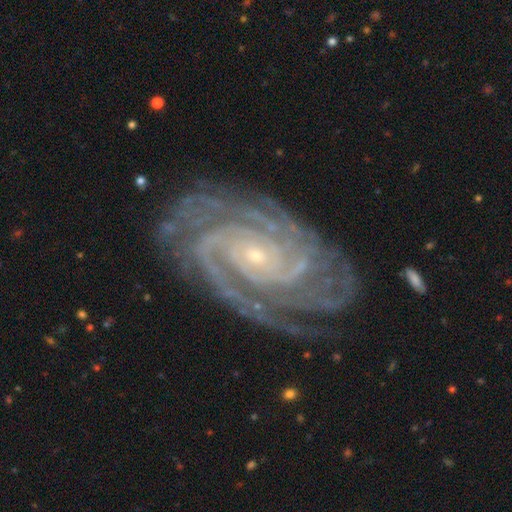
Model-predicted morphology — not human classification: Smooth or featured?
  - featured or disk: 92% *
  - star or artifact: 5%
  - smooth: 3%
Edge-on disk?
  - no: 97% *
  - yes: 3%
Bar?
  - no: 71% *
  - weak: 19%
  - strong: 10%
Spiral arms?
  - yes: 99% *
  - no: 1%
Spiral winding?
  - tight: 79% *
  - medium: 19%
  - loose: 2%
Spiral arm count?
  - 2: 24% *
  - 3: 21%
  - 4: 20%
  - can't tell: 14%
  - more than 4: 13%
  - 1: 8%
Bulge size?
  - small: 85% *
  - moderate: 11%
  - none: 2%
  - large: 1%
  - dominant: 1%
Merging?
  - none: 79% *
  - minor disturbance: 15%
  - major disturbance: 5%
  - merger: 1%